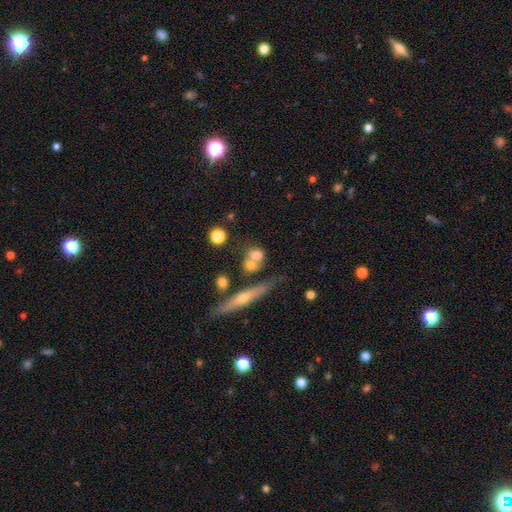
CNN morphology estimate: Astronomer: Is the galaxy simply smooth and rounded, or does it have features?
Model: smooth — 66%.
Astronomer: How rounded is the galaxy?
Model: round — 60%.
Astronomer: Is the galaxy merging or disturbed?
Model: none — 41%, tied with merger at 41%.